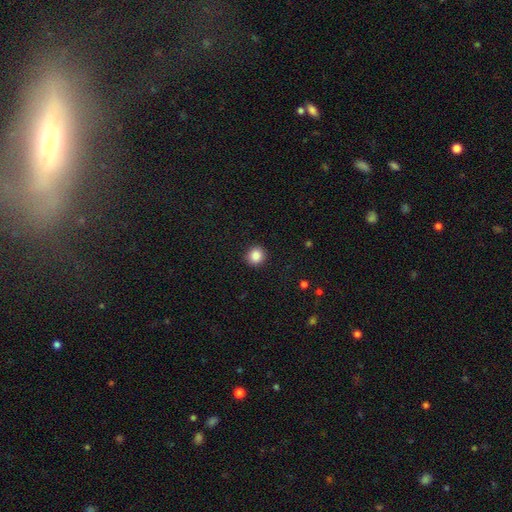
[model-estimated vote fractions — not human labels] A smooth galaxy with no disk features (87%) that is round (92%).

Vote fractions:
- Smooth or featured? smooth: 87% / star or artifact: 10% / featured or disk: 3%
- How rounded? round: 92% / in between: 7% / cigar-shaped: 1%
- Merging? none: 91% / minor disturbance: 6% / major disturbance: 2% / merger: 1%